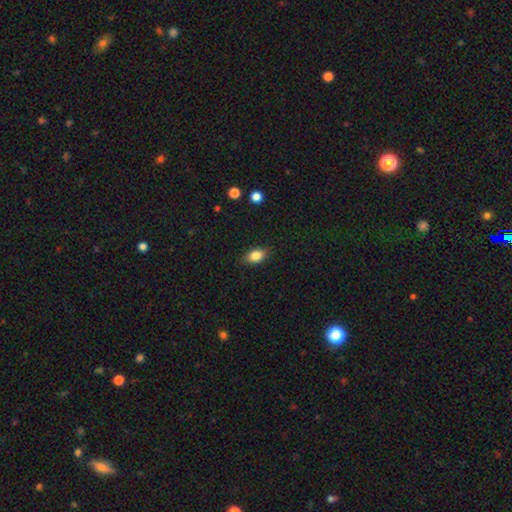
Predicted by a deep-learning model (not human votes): smooth_or_featured: smooth (p=0.84) [alt: star or artifact p=0.09]
how_rounded: in between (p=0.84) [alt: round p=0.13]
merging: none (p=0.85) [alt: minor disturbance p=0.11]